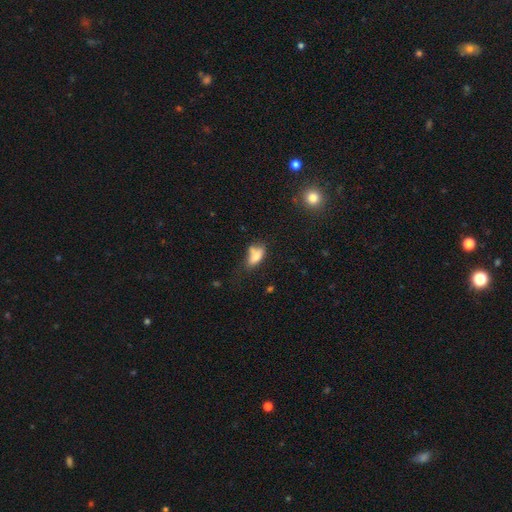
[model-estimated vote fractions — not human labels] Smooth or featured: smooth — 72% (featured or disk — 17%)
How rounded: in between — 80% (cigar-shaped — 15%)
Merging: none — 37% (minor disturbance — 28%)